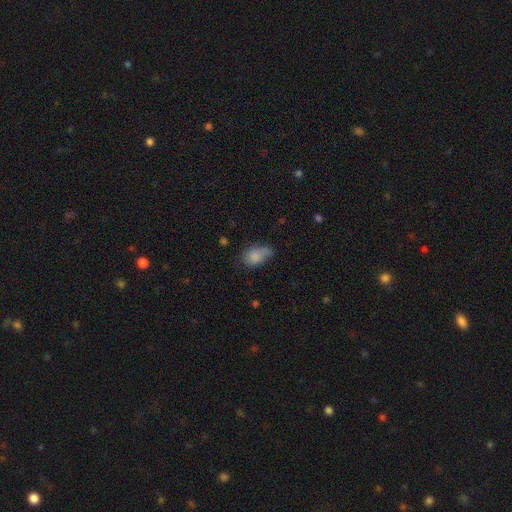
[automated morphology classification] smooth 80%, featured or disk 11%, star or artifact 9%. Down the decision tree: how rounded — in between (82%); merging — none (43%).